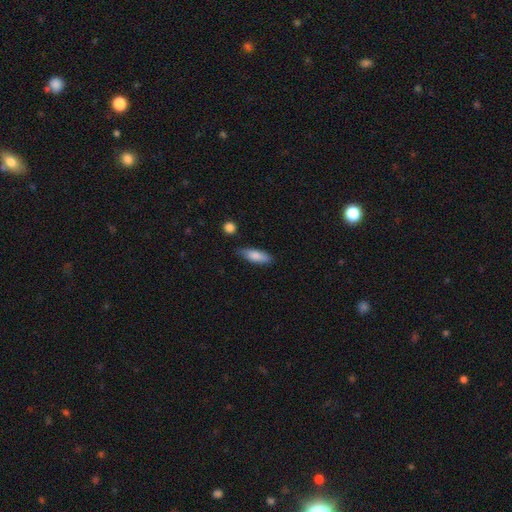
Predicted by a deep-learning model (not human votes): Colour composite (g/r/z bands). It shows a smooth galaxy with no disk features (82%) that is in between round and cigar-shaped (62%). Merging: none (76%).